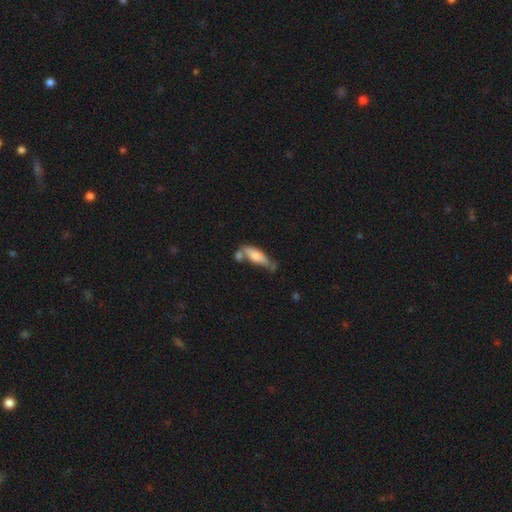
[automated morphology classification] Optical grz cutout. It shows a smooth galaxy with no disk features (69%) that is in between round and cigar-shaped (54%). Merging: none (39%).